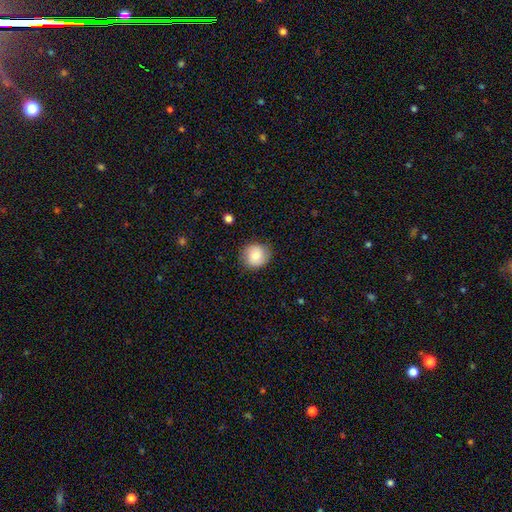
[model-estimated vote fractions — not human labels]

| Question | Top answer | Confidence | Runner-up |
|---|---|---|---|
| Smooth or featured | smooth | 83% | featured or disk (10%) |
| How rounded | round | 84% | in between (15%) |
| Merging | none | 83% | minor disturbance (12%) |